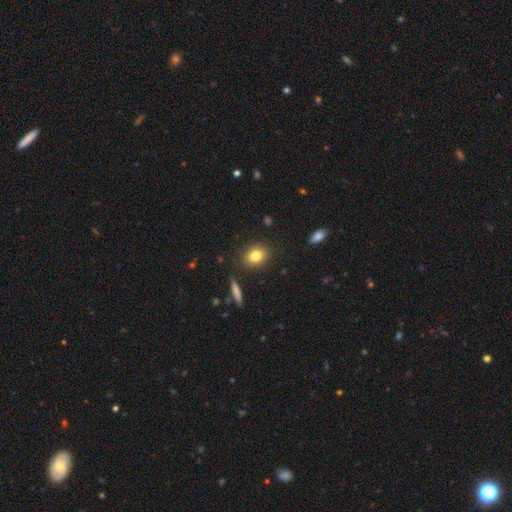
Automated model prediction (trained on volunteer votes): A smooth galaxy with no disk features (81%) that is in between round and cigar-shaped (56%).

Vote fractions:
- Smooth or featured? smooth: 81% / star or artifact: 9% / featured or disk: 9%
- How rounded? in between: 56% / round: 42% / cigar-shaped: 2%
- Merging? none: 87% / minor disturbance: 9% / major disturbance: 2% / merger: 2%